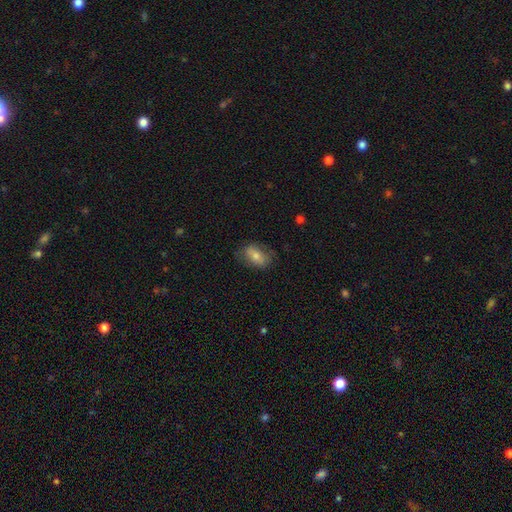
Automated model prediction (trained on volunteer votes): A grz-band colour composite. It shows a smooth galaxy with no disk features (65%) that is in between round and cigar-shaped (85%). Merging: none (73%).